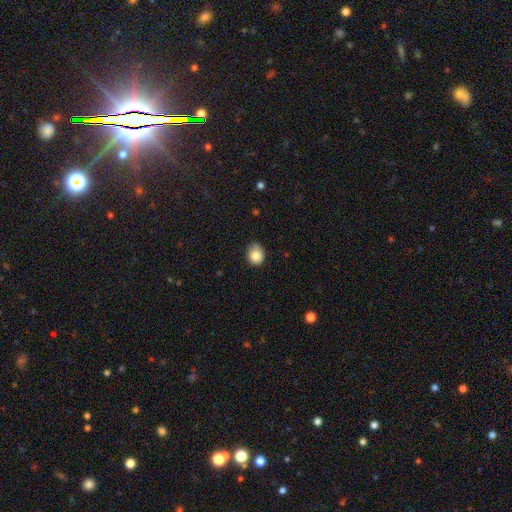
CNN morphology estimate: smooth-or-featured: smooth: 85% | star or artifact: 9% | featured or disk: 6%
  how-rounded: round: 62% | in between: 38% | cigar-shaped: 1%
  merging: none: 60% | minor disturbance: 33% | major disturbance: 6% | merger: 2%